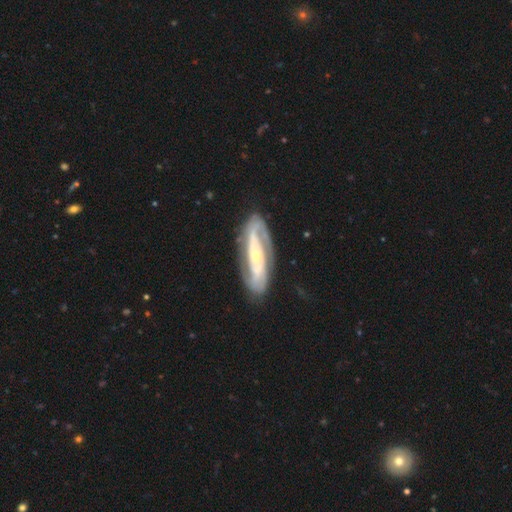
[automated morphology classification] Smooth or featured? featured or disk (84%)
Edge-on disk? no (88%)
Bar? no (46%)
Spiral arms? yes (91%)
Spiral winding? tight (51%)
Spiral arm count? 2 (75%)
Bulge size? small (61%)
Merging? none (81%)